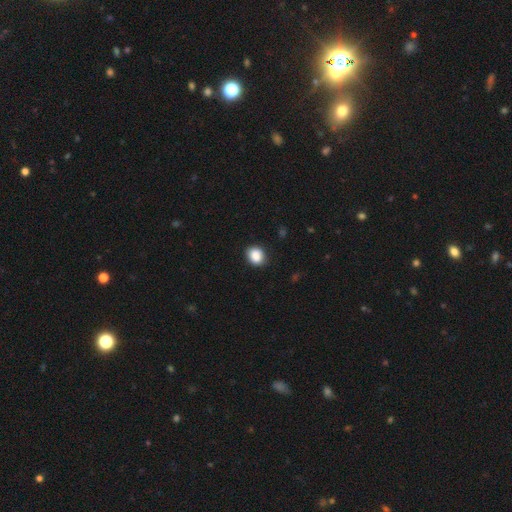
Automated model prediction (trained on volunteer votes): smooth_or_featured: smooth (p=0.88) [alt: star or artifact p=0.09]
how_rounded: round (p=0.58) [alt: in between p=0.41]
merging: none (p=0.86) [alt: minor disturbance p=0.10]